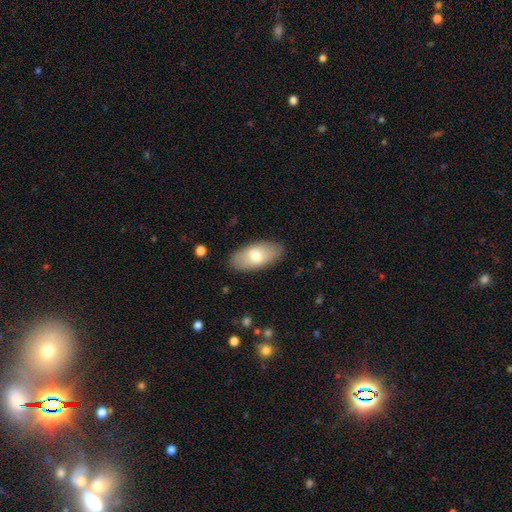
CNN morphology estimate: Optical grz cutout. It shows a smooth galaxy with no disk features (69%) that is in between round and cigar-shaped (91%). Merging: none (86%).